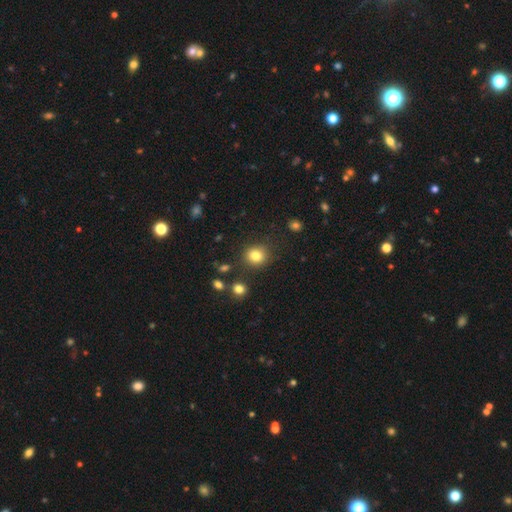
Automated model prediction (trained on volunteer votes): Overall: smooth (82%). How rounded: round (83%). Merging: none (84%).